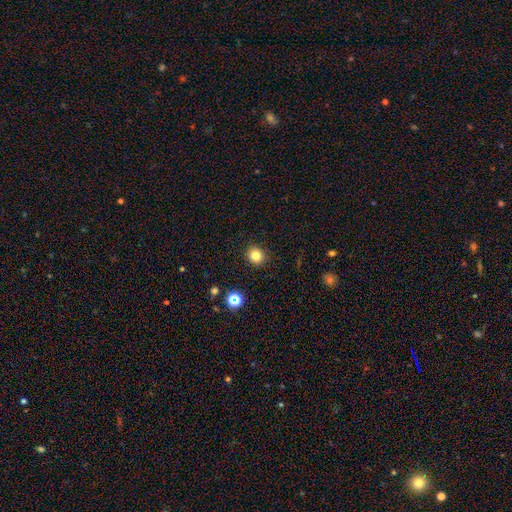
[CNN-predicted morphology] smooth 81%, star or artifact 13%, featured or disk 6%. Down the decision tree: how rounded — round (85%); merging — none (91%).